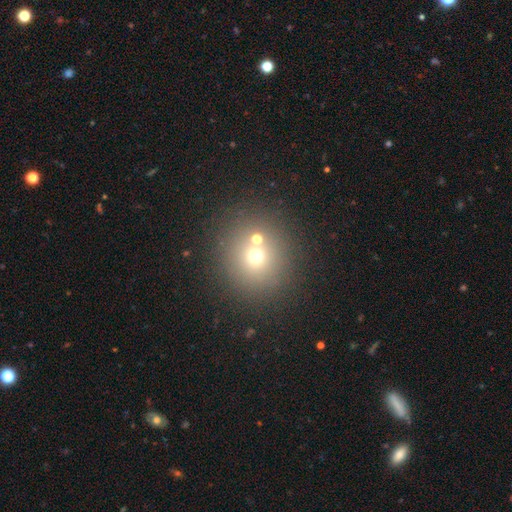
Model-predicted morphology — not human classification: smooth 64%, star or artifact 21%, featured or disk 15%. Down the decision tree: how rounded — round (91%); merging — none (73%).